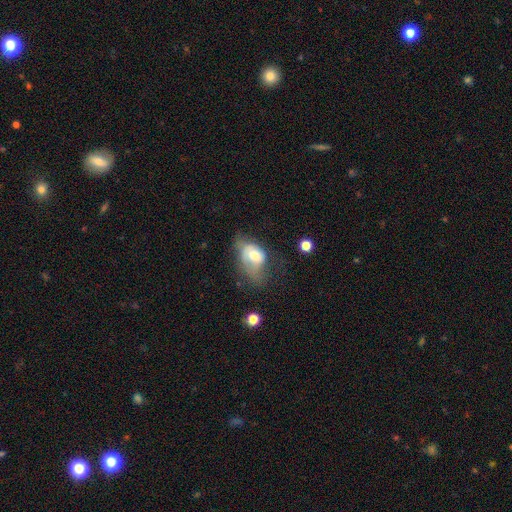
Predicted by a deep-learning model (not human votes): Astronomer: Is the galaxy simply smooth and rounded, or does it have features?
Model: smooth — 59%.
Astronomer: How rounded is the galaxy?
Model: in between — 79%.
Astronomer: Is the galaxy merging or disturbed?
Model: major disturbance — 43% (runner-up: minor disturbance, 31%).